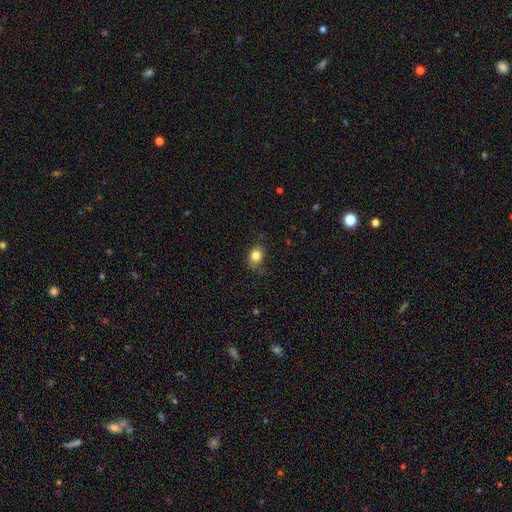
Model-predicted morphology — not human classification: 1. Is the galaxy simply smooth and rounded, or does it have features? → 82% smooth, 10% star or artifact, 8% featured or disk.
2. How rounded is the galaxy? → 58% in between, 41% round, 1% cigar-shaped.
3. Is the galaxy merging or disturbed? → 77% none, 18% minor disturbance, 4% major disturbance, 1% merger.